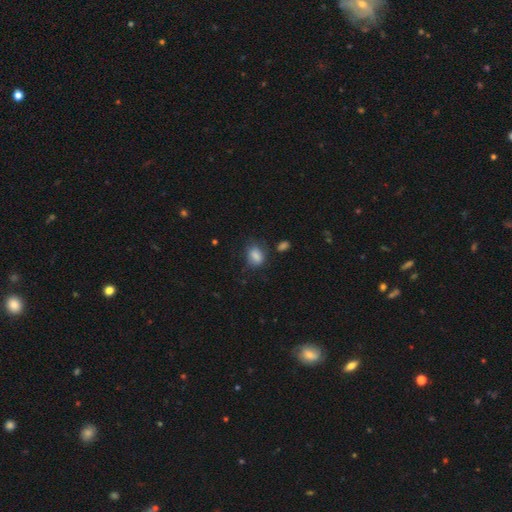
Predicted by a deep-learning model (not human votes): Q: Smooth or featured?
A: smooth (81%); runner-up: star or artifact (10%)
Q: How rounded?
A: in between (68%); runner-up: round (31%)
Q: Merging?
A: none (58%); runner-up: minor disturbance (27%)